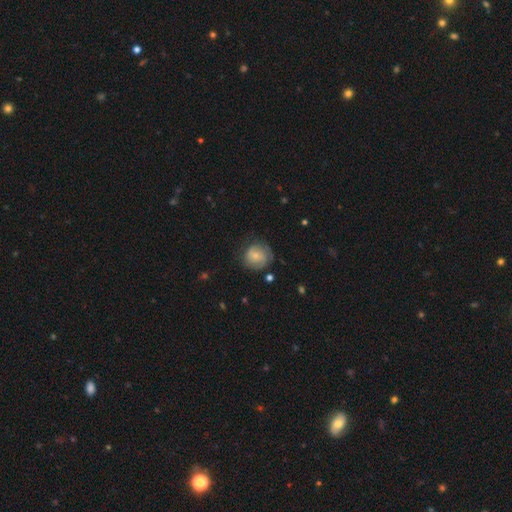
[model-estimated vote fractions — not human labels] smooth-or-featured: smooth: 57% | featured or disk: 35% | star or artifact: 8%
  how-rounded: round: 84% | in between: 15% | cigar-shaped: 1%
  merging: none: 66% | minor disturbance: 22% | major disturbance: 9% | merger: 2%